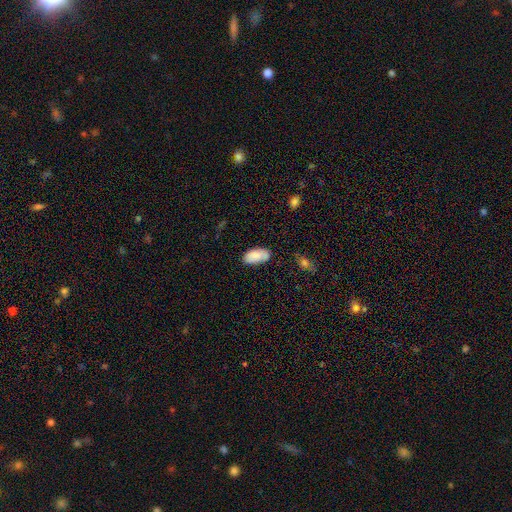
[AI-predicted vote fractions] This appears to be a smooth galaxy with no disk features (84%) that is in between round and cigar-shaped (95%). Merging: none (74%).